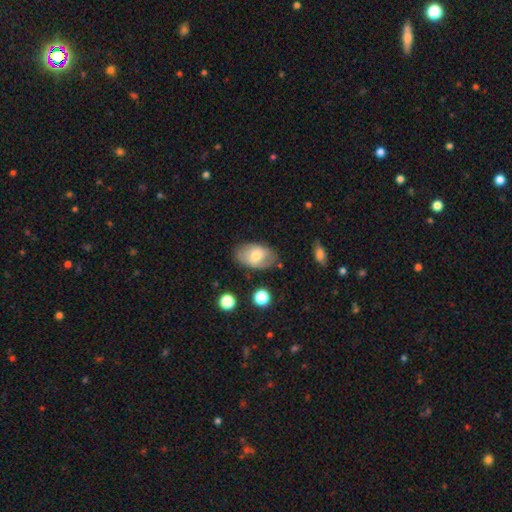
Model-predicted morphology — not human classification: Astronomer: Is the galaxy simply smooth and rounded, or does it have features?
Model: smooth — 61%.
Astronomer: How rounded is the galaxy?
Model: in between — 89%.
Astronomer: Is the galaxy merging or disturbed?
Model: none — 72%.